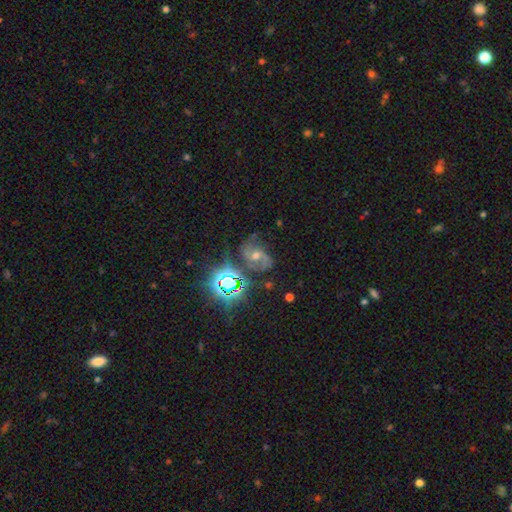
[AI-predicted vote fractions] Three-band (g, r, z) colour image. It shows a featured or disk galaxy (60%) with no bar (57%), 2 (72%) medium (49%) spiral arms (90%) and a moderate central bulge (65%). Merging: none (57%).